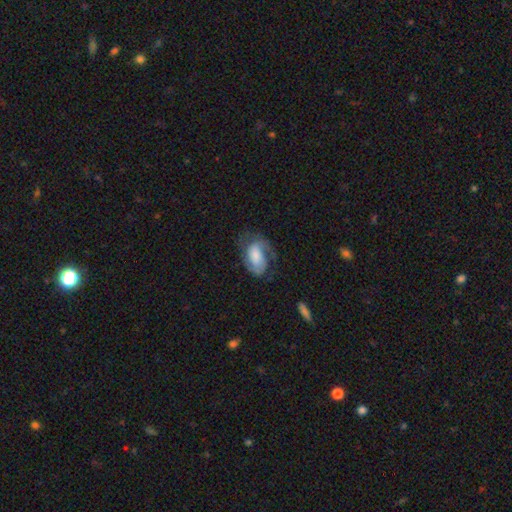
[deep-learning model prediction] featured or disk 63%, smooth 30%, star or artifact 7%. Down the decision tree: edge-on disk — no (97%); bar — no (54%); spiral arms — yes (88%); spiral arm count — 2 (69%); spiral winding — medium (44%); bulge size — small (35%); merging — none (54%).